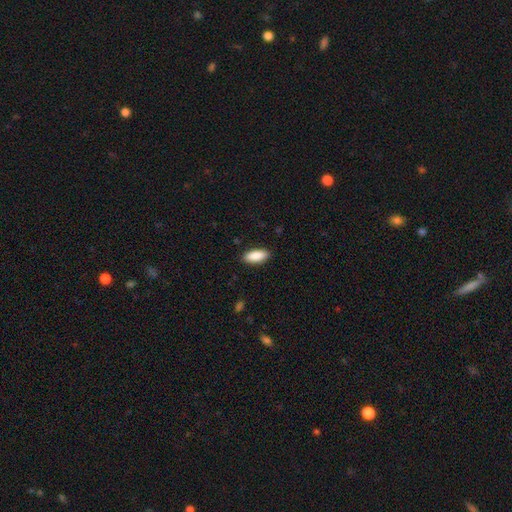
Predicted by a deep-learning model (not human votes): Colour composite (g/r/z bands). It shows a smooth galaxy with no disk features (89%) that is in between round and cigar-shaped (81%). Merging: none (89%).